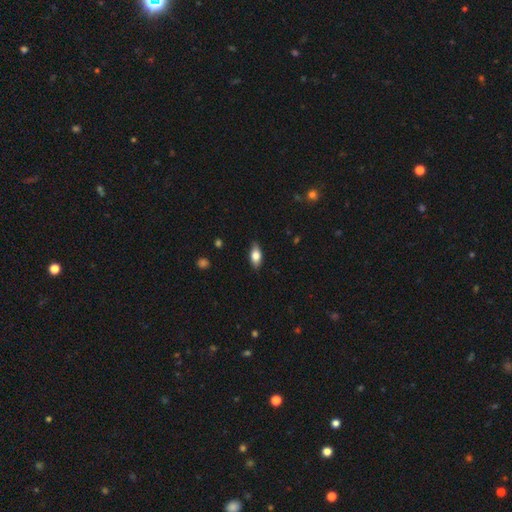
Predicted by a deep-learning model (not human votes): This appears to be a smooth galaxy with no disk features (74%) that is in between round and cigar-shaped (85%). Merging: none (85%).